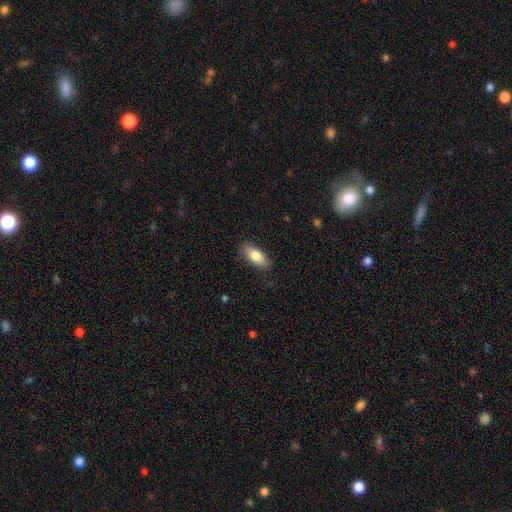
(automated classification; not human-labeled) A smooth galaxy with no disk features (82%) that is in between round and cigar-shaped (80%). Merging: none (84%).